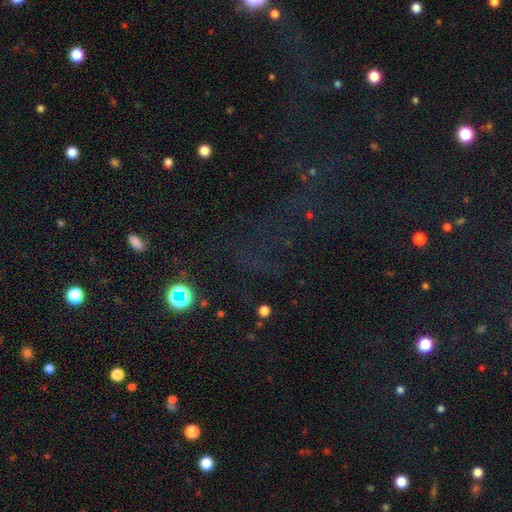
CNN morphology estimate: The model was most divided on "smooth or featured": star or artifact: 72%, smooth: 18%, featured or disk: 10%.